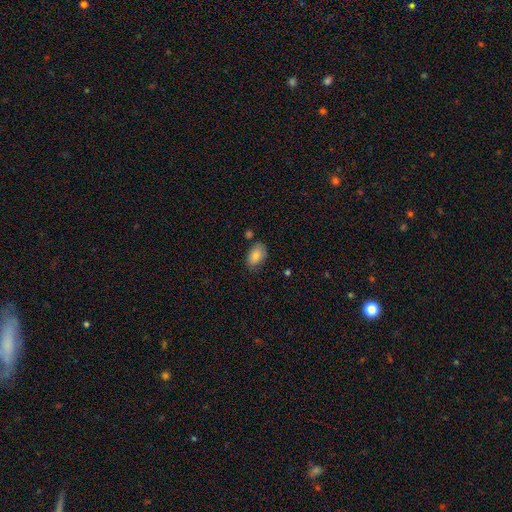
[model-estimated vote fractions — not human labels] smooth-or-featured: smooth: 77% | featured or disk: 15% | star or artifact: 8%
  how-rounded: in between: 88% | round: 10% | cigar-shaped: 1%
  merging: none: 68% | minor disturbance: 22% | merger: 5% | major disturbance: 5%